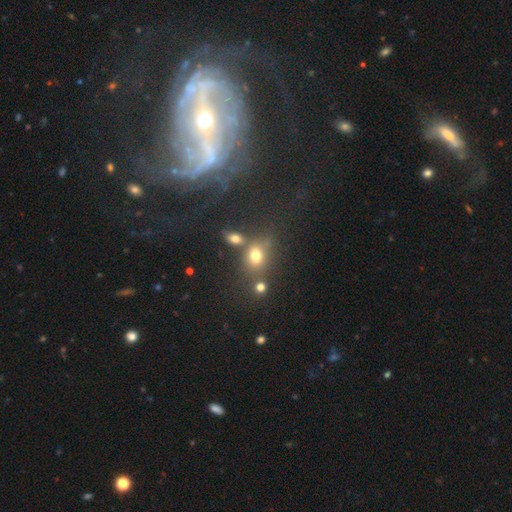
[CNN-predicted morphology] Smooth or featured?
  - smooth: 69% *
  - star or artifact: 18%
  - featured or disk: 13%
How rounded?
  - in between: 53% *
  - round: 44%
  - cigar-shaped: 2%
Merging?
  - none: 52% *
  - merger: 26%
  - minor disturbance: 14%
  - major disturbance: 8%